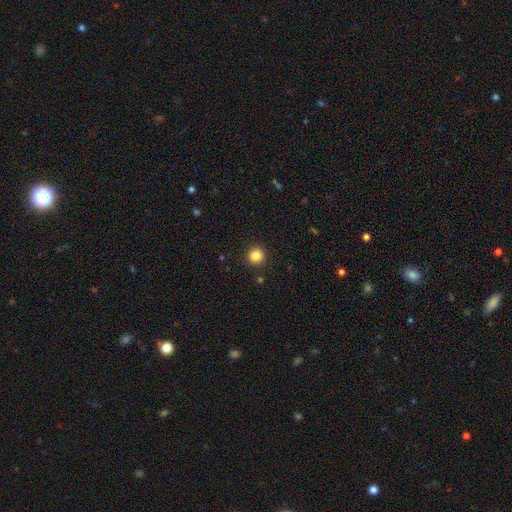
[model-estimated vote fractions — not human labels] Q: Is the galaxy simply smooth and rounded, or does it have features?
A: smooth — 85%.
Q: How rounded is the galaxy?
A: round — 94%.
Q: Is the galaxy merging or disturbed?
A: none — 92%.